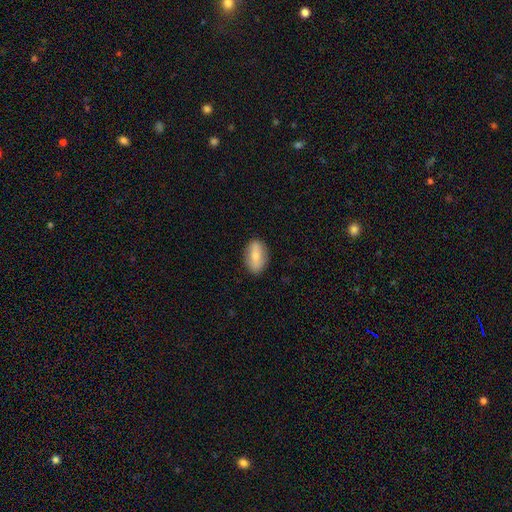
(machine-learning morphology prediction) smooth_or_featured: smooth (p=0.66) [alt: featured or disk p=0.27]
how_rounded: in between (p=0.87) [alt: round p=0.09]
merging: none (p=0.85) [alt: minor disturbance p=0.11]